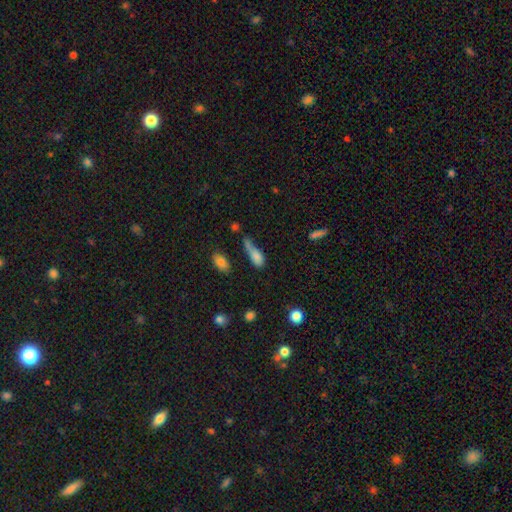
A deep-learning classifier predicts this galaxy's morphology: Smooth or featured: smooth — 76% (featured or disk — 13%)
How rounded: in between — 72% (cigar-shaped — 22%)
Merging: none — 28% (minor disturbance — 25%)